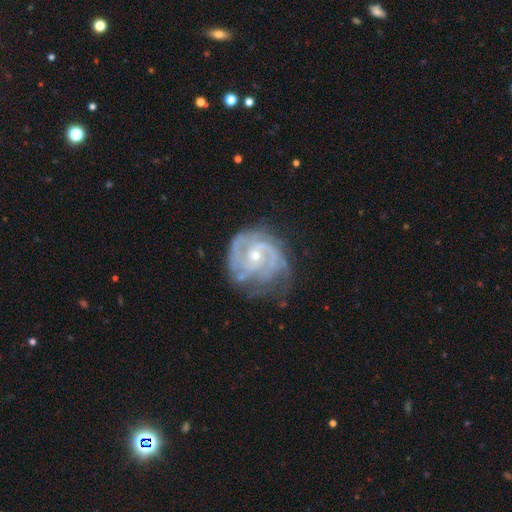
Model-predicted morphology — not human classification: Overall: featured or disk (89%). Edge-on disk: no (98%). Bar: no (66%; weak 27%). Spiral arms: yes (96%). Spiral arm count: 2 (49%; 3 20%). Spiral winding: tight (57%; medium 36%). Bulge size: small (68%; moderate 30%). Merging: none (57%; minor disturbance 26%).